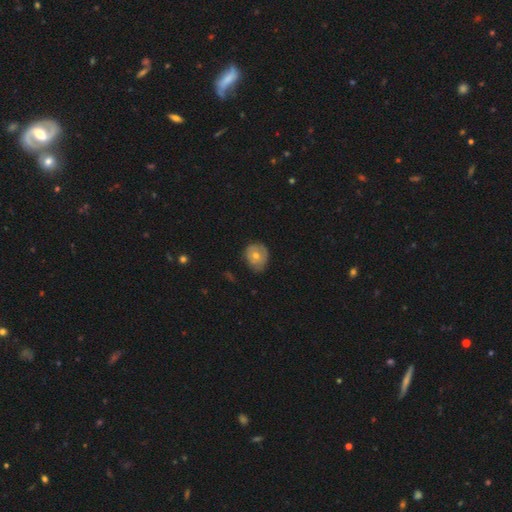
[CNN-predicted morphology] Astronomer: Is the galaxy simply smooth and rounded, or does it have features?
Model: smooth — 54% (runner-up: featured or disk, 36%).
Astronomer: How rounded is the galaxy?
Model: round — 70%.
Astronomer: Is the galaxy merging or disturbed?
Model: none — 70%.